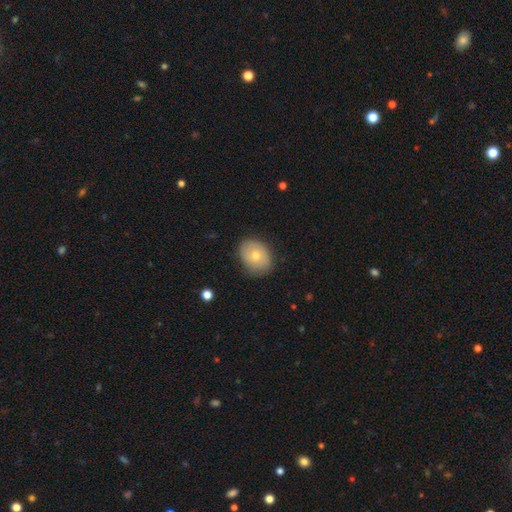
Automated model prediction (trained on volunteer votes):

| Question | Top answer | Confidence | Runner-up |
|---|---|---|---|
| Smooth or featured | smooth | 67% | featured or disk (26%) |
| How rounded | in between | 59% | round (40%) |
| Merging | none | 78% | minor disturbance (17%) |